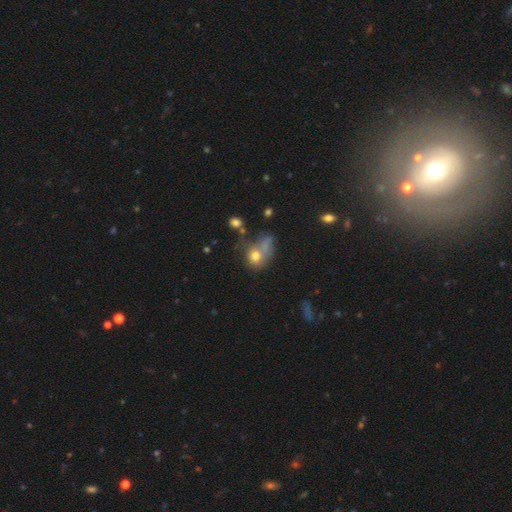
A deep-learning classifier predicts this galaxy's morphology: The model was most divided on "merging": none: 32%, merger: 29%, major disturbance: 21%, minor disturbance: 18%. More confident: smooth or featured — smooth (70%); how rounded — round (59%).